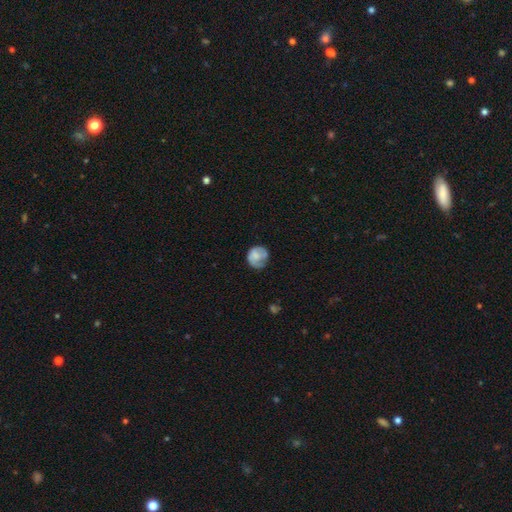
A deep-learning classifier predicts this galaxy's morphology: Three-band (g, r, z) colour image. It shows a smooth galaxy with no disk features (60%) that is round (80%). Merging: none (57%).